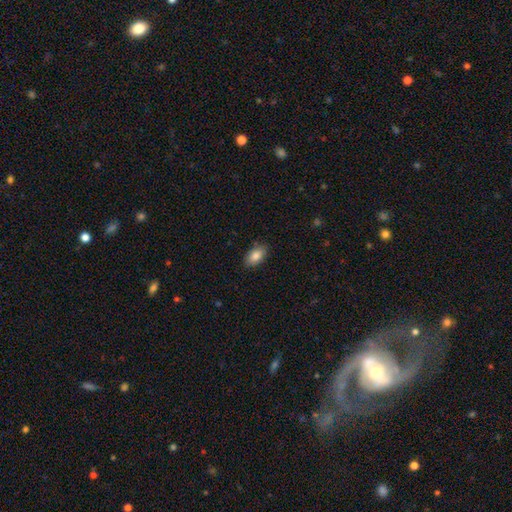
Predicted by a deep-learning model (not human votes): Smooth or featured: smooth — 85% (featured or disk — 8%)
How rounded: in between — 92% (round — 6%)
Merging: none — 86% (minor disturbance — 11%)